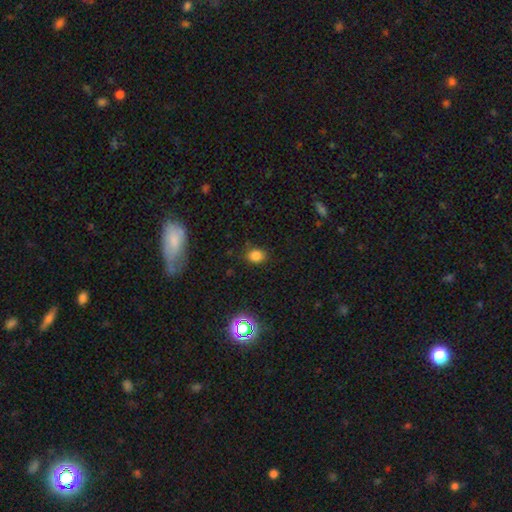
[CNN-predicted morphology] smooth 80%, star or artifact 15%, featured or disk 6%. Down the decision tree: how rounded — round (53%); merging — none (83%).